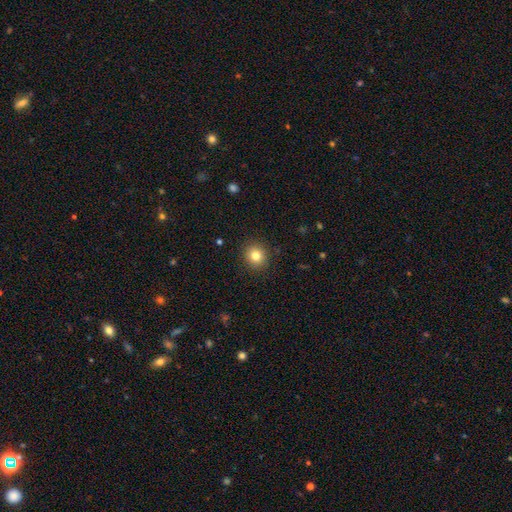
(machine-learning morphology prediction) type=smooth (81%); roundness=round (85%); merging=none (90%).